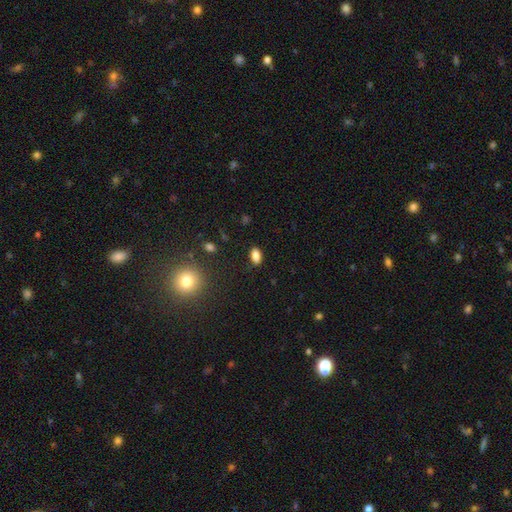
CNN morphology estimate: type=smooth (84%); roundness=in between (88%); merging=none (84%).